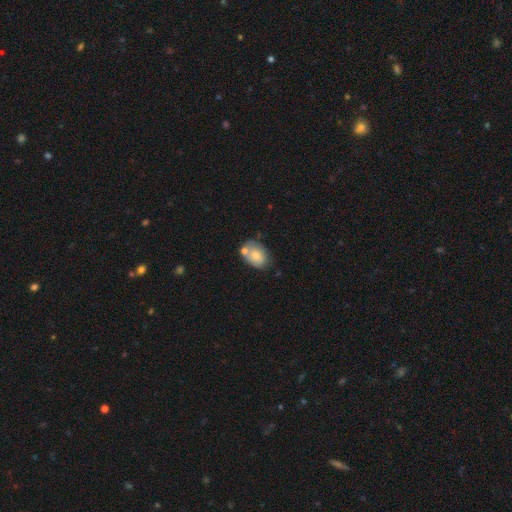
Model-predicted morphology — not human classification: Smooth or featured? Predicted: smooth (p=0.74). How rounded? Predicted: in between (p=0.79). Merging? Predicted: none (p=0.48).